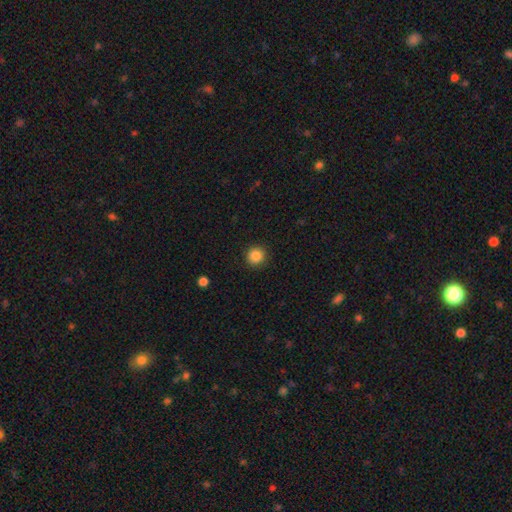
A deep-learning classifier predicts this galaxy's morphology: Smooth or featured: smooth — 87% (star or artifact — 10%)
How rounded: round — 93% (in between — 6%)
Merging: none — 90% (minor disturbance — 7%)